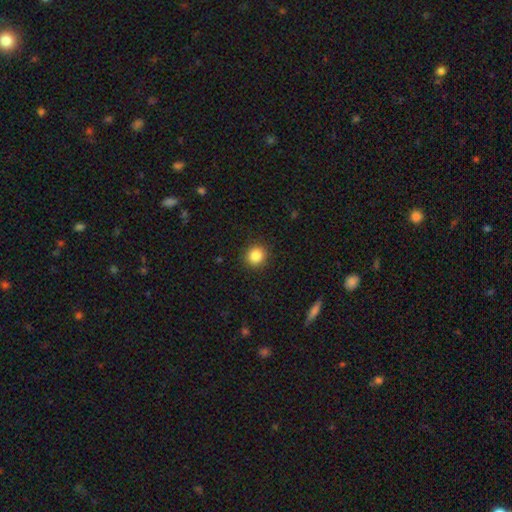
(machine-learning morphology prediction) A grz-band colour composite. It shows a smooth galaxy with no disk features (86%) that is round (90%). Merging: none (91%).